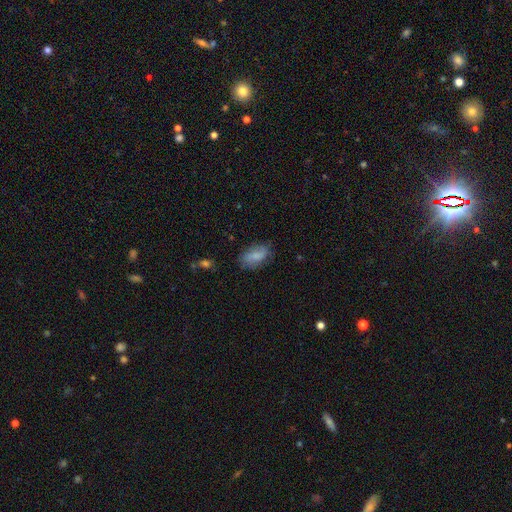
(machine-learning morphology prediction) Smooth or featured? smooth (73%)
How rounded? in between (90%)
Merging? none (69%)